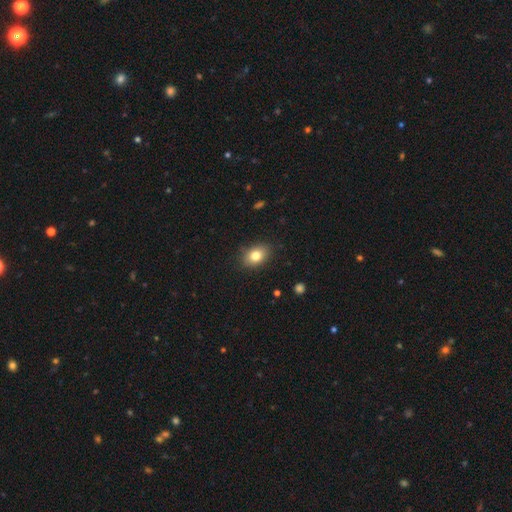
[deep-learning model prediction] Smooth or featured: smooth — 81% (featured or disk — 10%)
How rounded: in between — 79% (round — 20%)
Merging: none — 86% (minor disturbance — 10%)